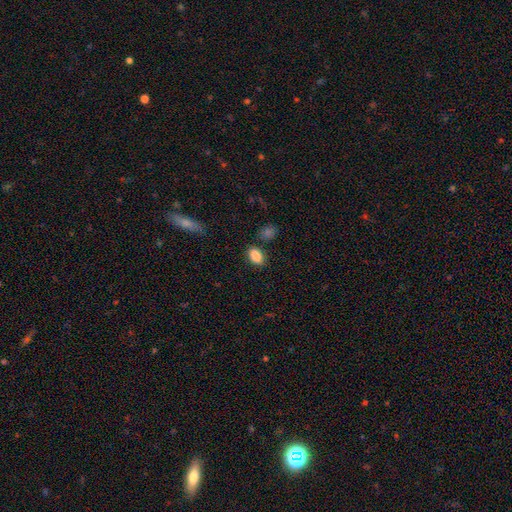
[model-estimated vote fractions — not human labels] The model was most divided on "merging": none: 81%, minor disturbance: 12%, merger: 5%, major disturbance: 3%. More confident: smooth or featured — smooth (88%); how rounded — in between (86%).